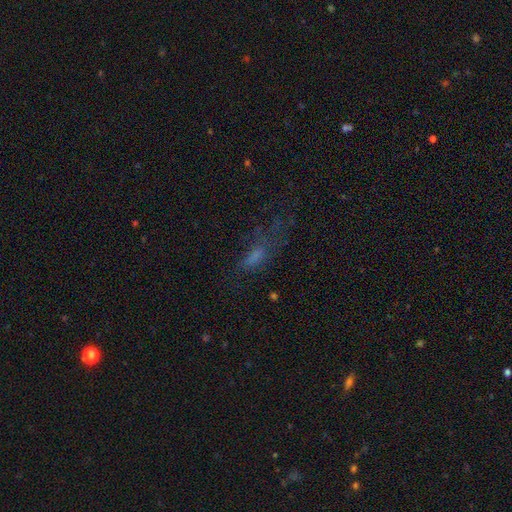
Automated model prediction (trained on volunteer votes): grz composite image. It shows a smooth galaxy with no disk features (49%). Merging: major disturbance (40%).